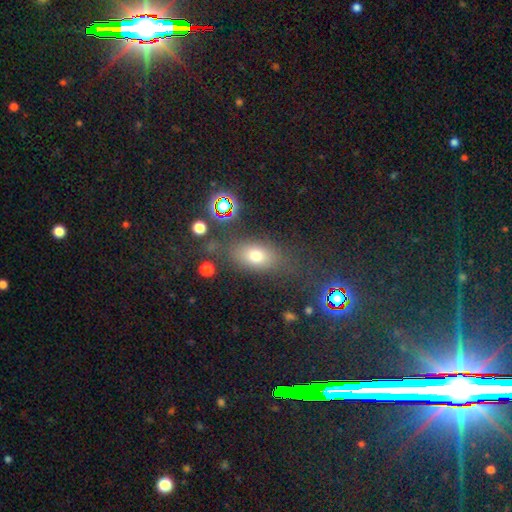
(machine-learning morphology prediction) Smooth or featured? smooth (69%)
How rounded? in between (73%)
Merging? none (72%)